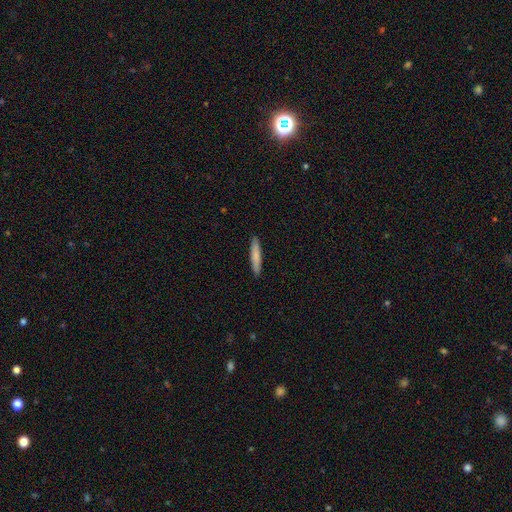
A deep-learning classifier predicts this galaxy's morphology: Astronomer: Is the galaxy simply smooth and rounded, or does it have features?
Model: smooth — 80%.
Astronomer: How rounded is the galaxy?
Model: cigar-shaped — 92%.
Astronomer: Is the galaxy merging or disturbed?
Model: none — 91%.